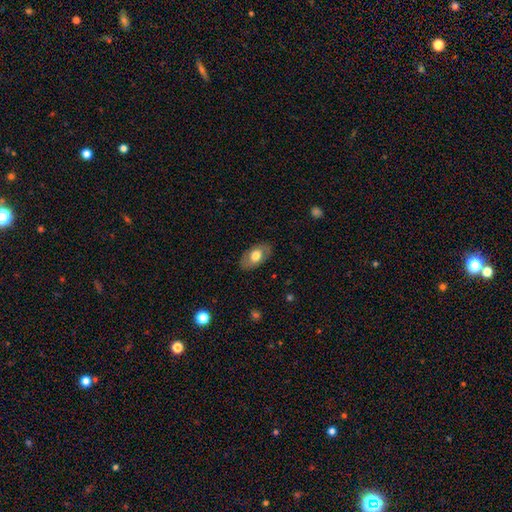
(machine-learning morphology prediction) smooth 63%, featured or disk 31%, star or artifact 6%. Down the decision tree: how rounded — in between (91%); merging — none (83%).